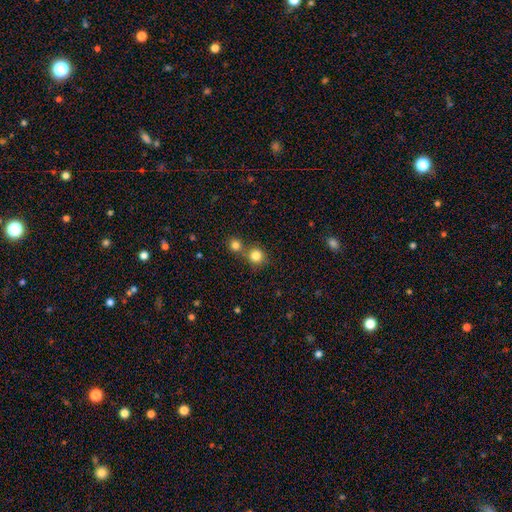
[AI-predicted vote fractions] This is clearly a smooth galaxy (82%). How rounded: clearly round (91%). Merging: possibly none (60%).